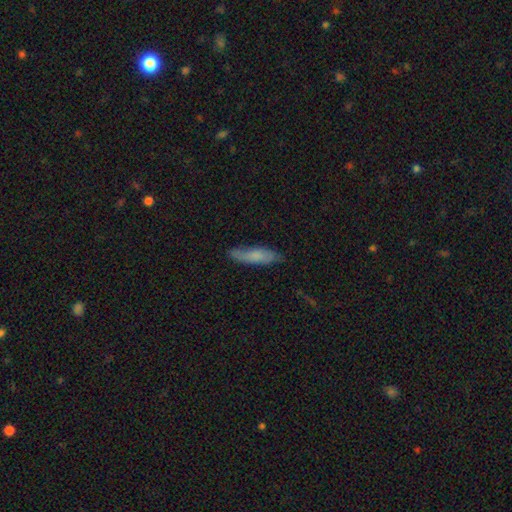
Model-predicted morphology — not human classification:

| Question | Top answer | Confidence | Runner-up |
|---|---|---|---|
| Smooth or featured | smooth | 72% | featured or disk (22%) |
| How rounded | cigar-shaped | 70% | in between (28%) |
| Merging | none | 77% | minor disturbance (18%) |